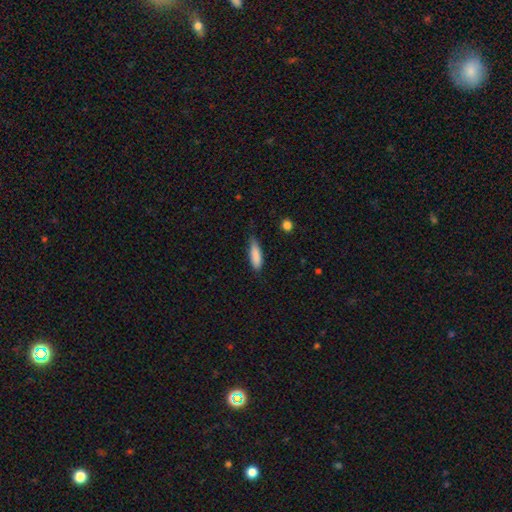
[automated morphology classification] Smooth or featured? Predicted: smooth (p=0.86). How rounded? Predicted: cigar-shaped (p=0.54). Merging? Predicted: none (p=0.68).